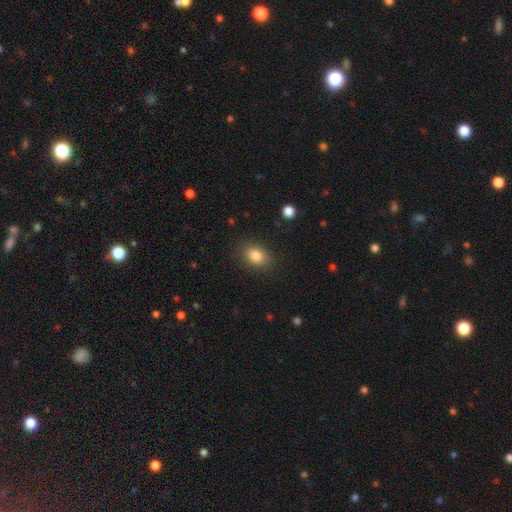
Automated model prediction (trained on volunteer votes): Smooth or featured: smooth — 83% (star or artifact — 9%)
How rounded: in between — 69% (round — 29%)
Merging: none — 86% (minor disturbance — 10%)